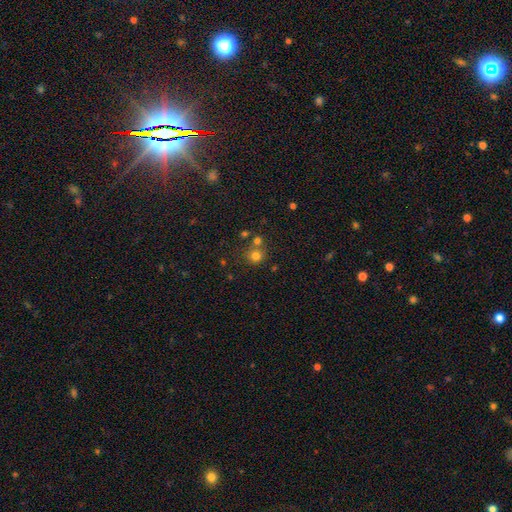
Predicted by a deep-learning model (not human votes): smooth_or_featured: smooth (p=0.75) [alt: star or artifact p=0.17]
how_rounded: round (p=0.88) [alt: in between p=0.11]
merging: none (p=0.63) [alt: merger p=0.24]